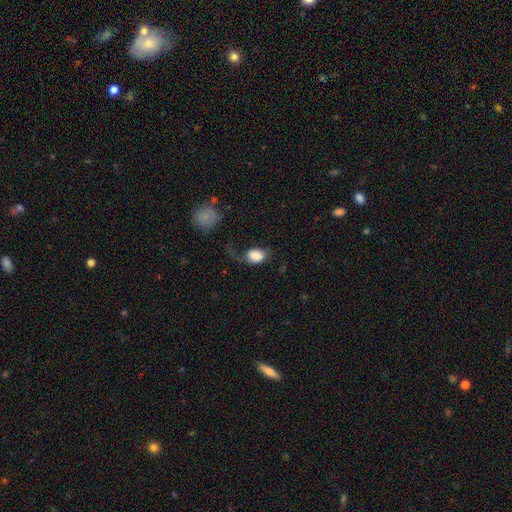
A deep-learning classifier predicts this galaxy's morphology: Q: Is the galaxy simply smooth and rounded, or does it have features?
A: smooth — 74%.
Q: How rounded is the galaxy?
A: in between — 78%.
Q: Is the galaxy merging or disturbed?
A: major disturbance — 42%.